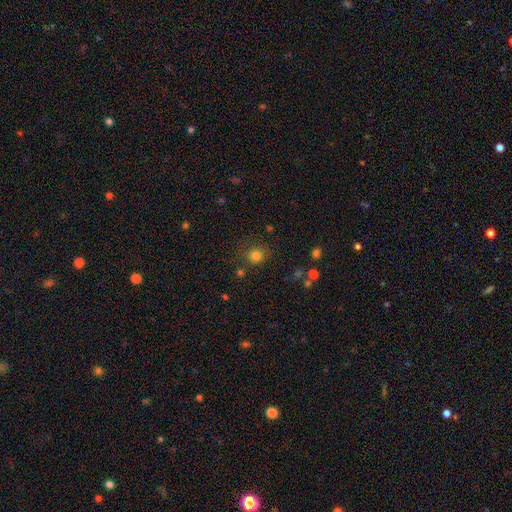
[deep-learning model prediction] This is likely a smooth galaxy (80%). How rounded: clearly round (86%). Merging: likely none (78%).